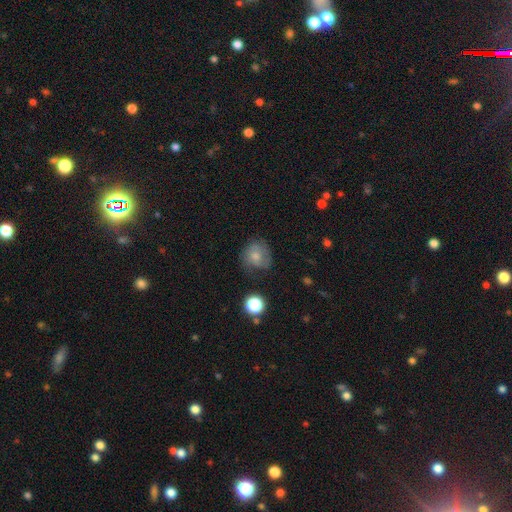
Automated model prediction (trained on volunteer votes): Smooth or featured?
  - smooth: 61% *
  - featured or disk: 28%
  - star or artifact: 11%
How rounded?
  - round: 75% *
  - in between: 24%
  - cigar-shaped: 1%
Merging?
  - none: 57% *
  - minor disturbance: 27%
  - major disturbance: 14%
  - merger: 2%